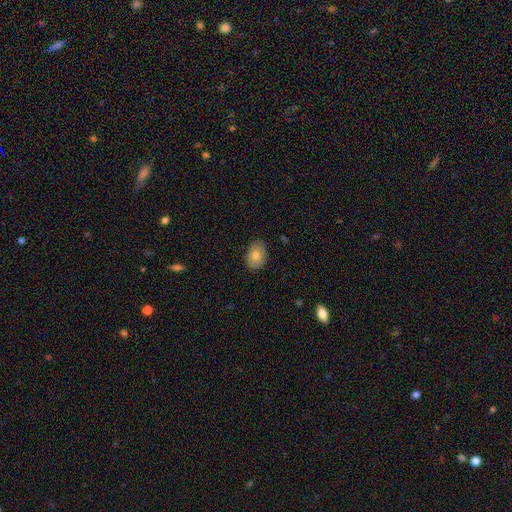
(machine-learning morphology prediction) smooth_or_featured: smooth (p=0.83) [alt: featured or disk p=0.09]
how_rounded: in between (p=0.80) [alt: round p=0.19]
merging: none (p=0.82) [alt: minor disturbance p=0.14]